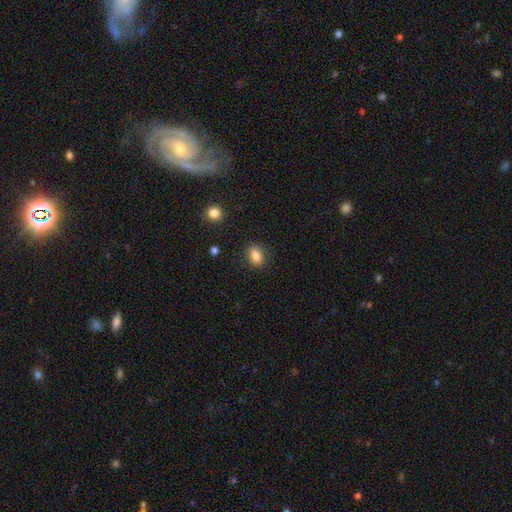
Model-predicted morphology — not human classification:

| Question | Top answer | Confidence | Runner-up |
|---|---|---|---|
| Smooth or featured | smooth | 85% | star or artifact (9%) |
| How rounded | in between | 80% | round (17%) |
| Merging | none | 85% | minor disturbance (10%) |